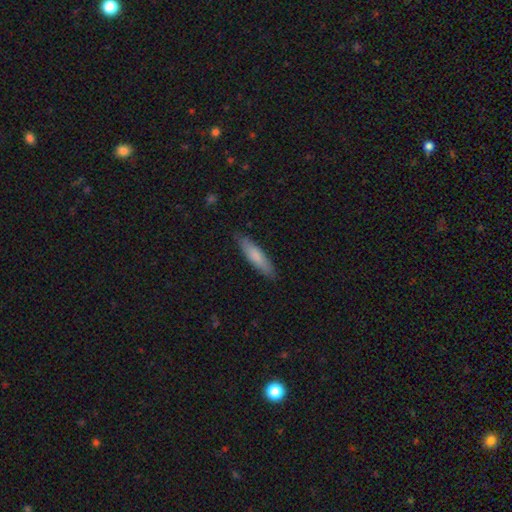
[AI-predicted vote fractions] A smooth galaxy with no disk features (78%) that is cigar-shaped (75%).

Vote fractions:
- Smooth or featured? smooth: 78% / featured or disk: 17% / star or artifact: 5%
- How rounded? cigar-shaped: 75% / in between: 23% / round: 1%
- Merging? none: 86% / minor disturbance: 11% / major disturbance: 2% / merger: 1%